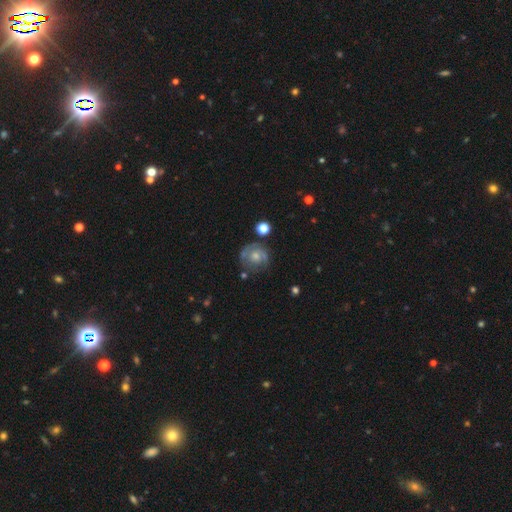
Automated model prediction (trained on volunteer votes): Q: Smooth or featured?
A: featured or disk (63%); runner-up: smooth (29%)
Q: Edge-on disk?
A: no (98%); runner-up: yes (2%)
Q: Bar?
A: no (79%); runner-up: weak (19%)
Q: Spiral arms?
A: yes (78%); runner-up: no (22%)
Q: Bulge size?
A: moderate (48%); runner-up: small (40%)
Q: Merging?
A: none (62%); runner-up: minor disturbance (21%)